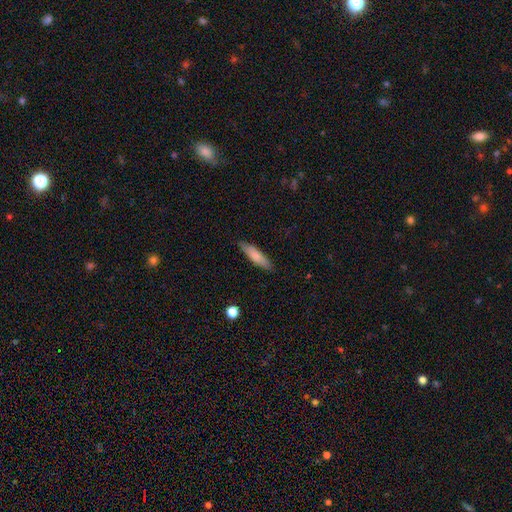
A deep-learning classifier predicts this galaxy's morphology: Smooth or featured? smooth (76%)
How rounded? cigar-shaped (75%)
Merging? none (87%)